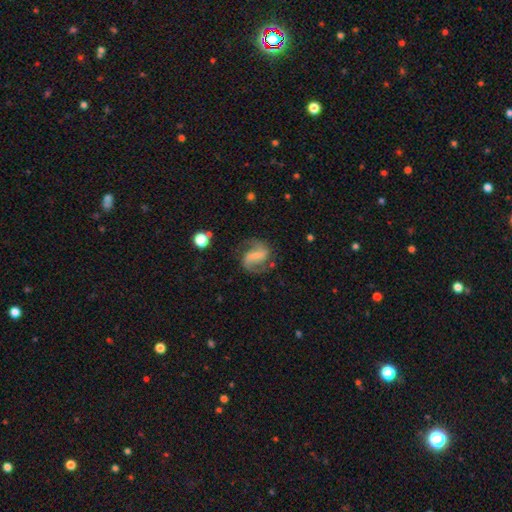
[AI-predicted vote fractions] This is clearly a featured or disk galaxy (81%). It is clearly not viewed edge-on (97%). Bar: marginally weak (41%). Spiral arm pattern: clearly yes (94%). Spiral arm count: clearly 2 (90%). Spiral winding: possibly medium (50%). Central bulge: likely small (60%). Merging: likely none (72%).